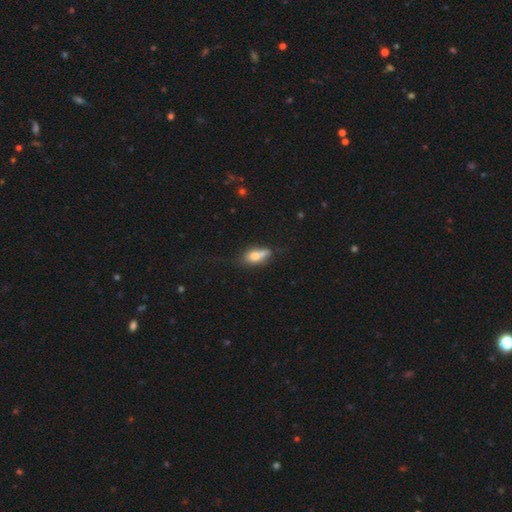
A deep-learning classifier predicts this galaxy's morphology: Smooth or featured?
  - smooth: 65% *
  - featured or disk: 26%
  - star or artifact: 9%
How rounded?
  - in between: 79% *
  - cigar-shaped: 14%
  - round: 7%
Merging?
  - none: 39% *
  - minor disturbance: 25%
  - merger: 24%
  - major disturbance: 12%